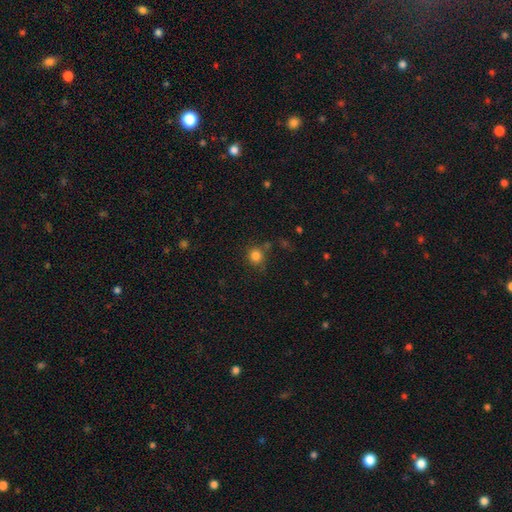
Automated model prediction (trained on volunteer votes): smooth 82%, star or artifact 12%, featured or disk 5%. Down the decision tree: how rounded — round (87%); merging — none (72%).